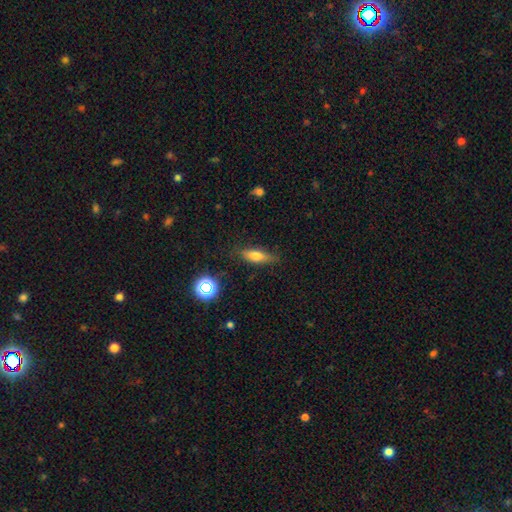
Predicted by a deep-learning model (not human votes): Q: Smooth or featured?
A: smooth (71%); runner-up: featured or disk (18%)
Q: How rounded?
A: in between (58%); runner-up: cigar-shaped (38%)
Q: Merging?
A: none (79%); runner-up: minor disturbance (16%)